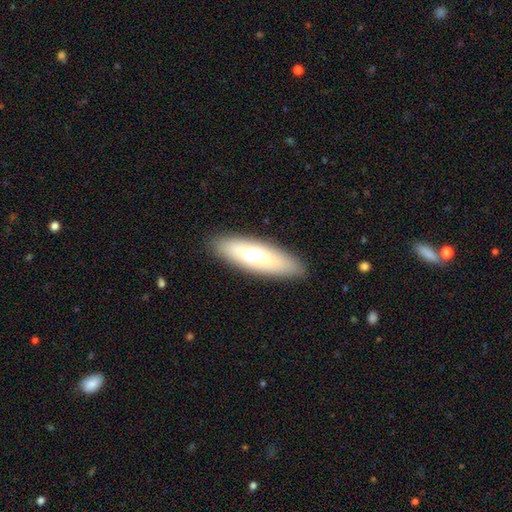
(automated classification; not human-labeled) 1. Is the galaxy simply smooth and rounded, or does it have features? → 62% smooth, 31% featured or disk, 6% star or artifact.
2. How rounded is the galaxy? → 53% in between, 45% cigar-shaped, 2% round.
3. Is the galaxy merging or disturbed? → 88% none, 9% minor disturbance, 2% major disturbance, 1% merger.